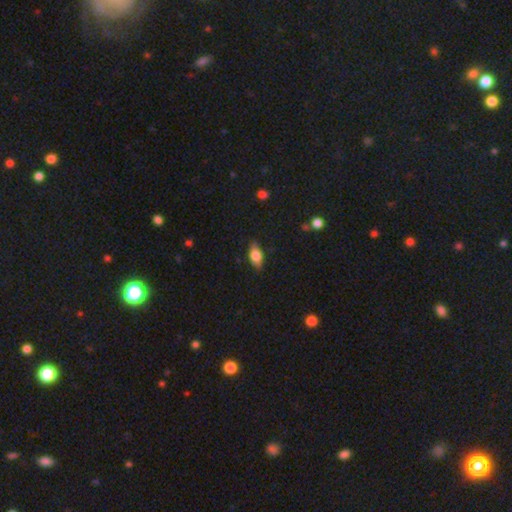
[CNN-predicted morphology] Smooth or featured? Predicted: smooth (p=0.72). How rounded? Predicted: in between (p=0.85). Merging? Predicted: none (p=0.84).